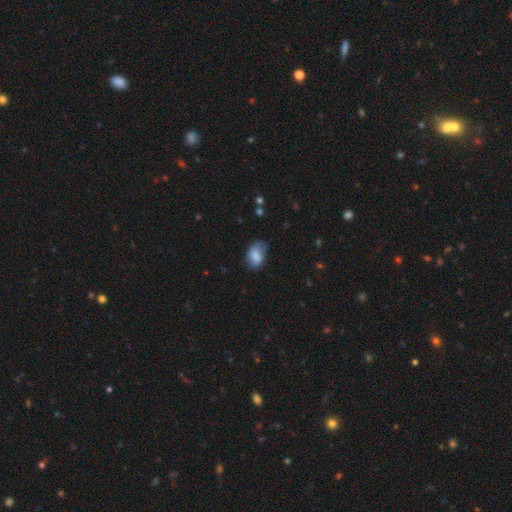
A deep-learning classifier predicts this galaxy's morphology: A smooth galaxy with no disk features (77%) that is in between round and cigar-shaped (83%). Merging: none (58%).